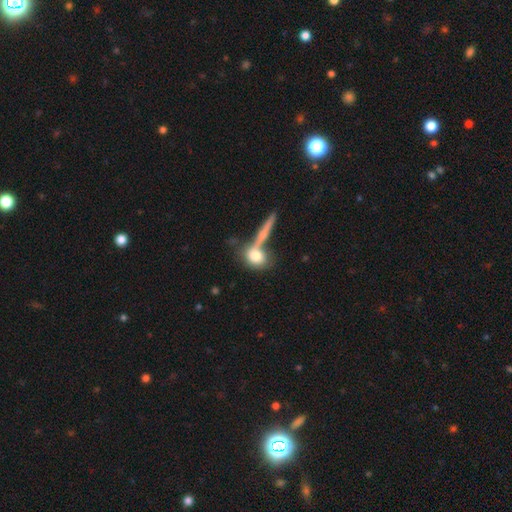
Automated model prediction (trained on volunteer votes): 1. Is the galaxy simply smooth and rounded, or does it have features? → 73% smooth, 19% featured or disk, 8% star or artifact.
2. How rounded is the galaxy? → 53% round, 37% in between, 10% cigar-shaped.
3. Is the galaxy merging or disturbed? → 43% none, 37% merger, 12% minor disturbance, 8% major disturbance.